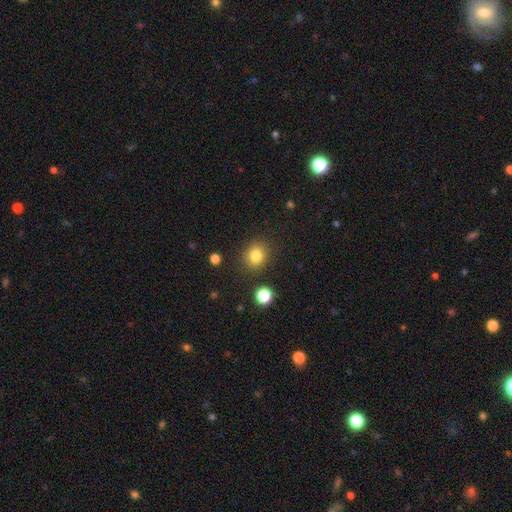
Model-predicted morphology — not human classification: smooth-or-featured: smooth: 81% | star or artifact: 12% | featured or disk: 7%
  how-rounded: round: 77% | in between: 22% | cigar-shaped: 1%
  merging: none: 86% | minor disturbance: 8% | major disturbance: 3% | merger: 3%